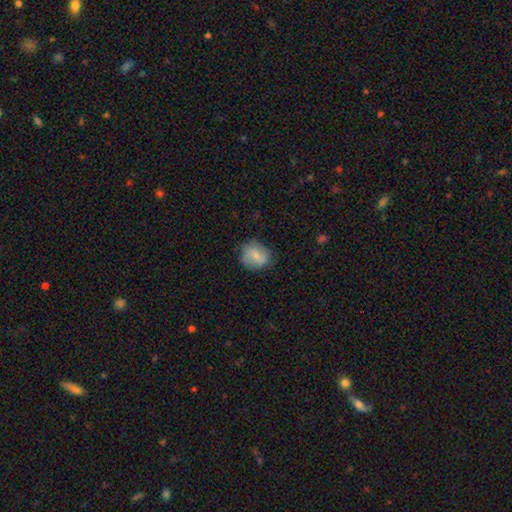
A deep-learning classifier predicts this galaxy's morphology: smooth-or-featured: smooth: 57% | featured or disk: 35% | star or artifact: 7%
  how-rounded: round: 74% | in between: 24% | cigar-shaped: 1%
  merging: none: 76% | minor disturbance: 17% | major disturbance: 5% | merger: 1%